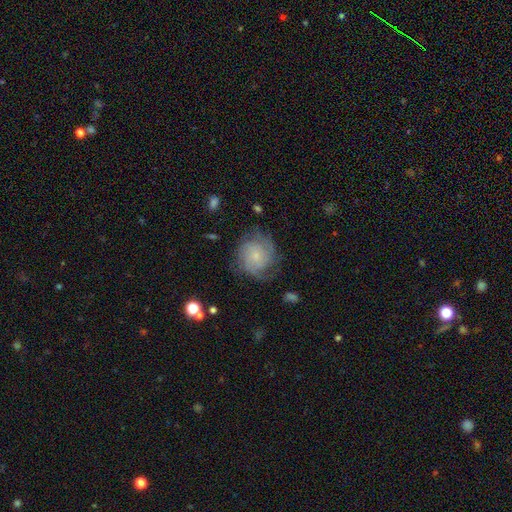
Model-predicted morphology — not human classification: Smooth or featured? Predicted: featured or disk (p=0.65). Edge-on disk? Predicted: no (p=0.98). Bar? Predicted: no (p=0.77). Spiral arms? Predicted: yes (p=0.91). Spiral winding? Predicted: tight (p=0.54). Spiral arm count? Predicted: can't tell (p=0.34). Bulge size? Predicted: small (p=0.68). Merging? Predicted: none (p=0.68).